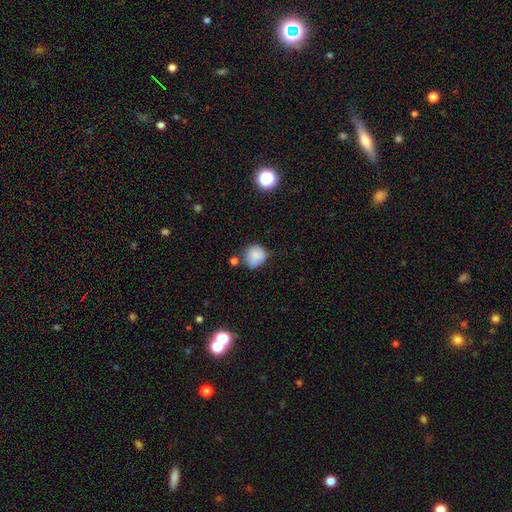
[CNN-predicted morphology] Smooth or featured: smooth — 82% (star or artifact — 10%)
How rounded: round — 84% (in between — 15%)
Merging: none — 57% (minor disturbance — 27%)